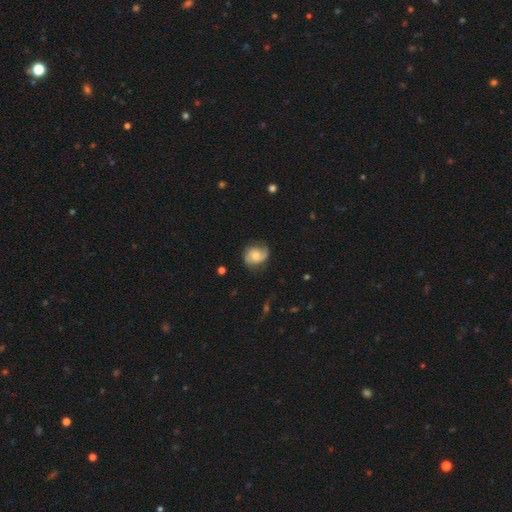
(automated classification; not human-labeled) Smooth or featured? Predicted: featured or disk (p=0.63). Edge-on disk? Predicted: no (p=0.97). Bar? Predicted: no (p=0.67). Spiral arms? Predicted: yes (p=0.91). Spiral winding? Predicted: medium (p=0.42). Spiral arm count? Predicted: 2 (p=0.71). Bulge size? Predicted: moderate (p=0.51). Merging? Predicted: none (p=0.67).